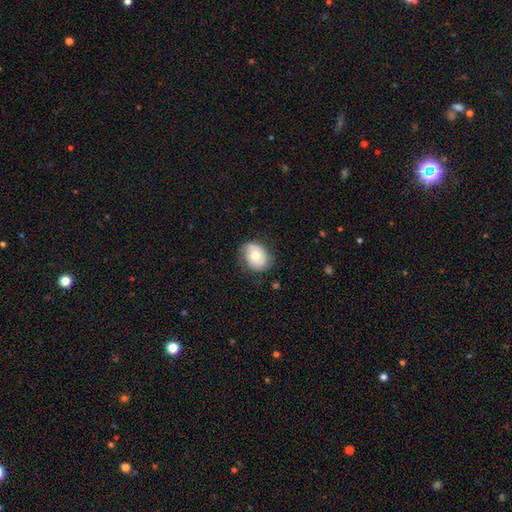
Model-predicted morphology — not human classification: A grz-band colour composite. It shows a smooth galaxy with no disk features (60%) that is round (51%). Merging: none (74%).